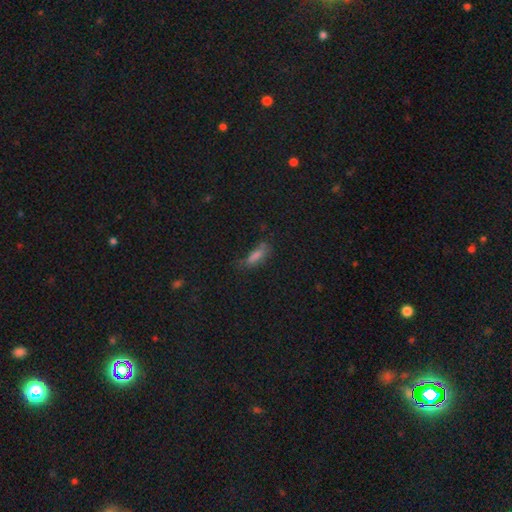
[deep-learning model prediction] A smooth galaxy with no disk features (66%) that is in between round and cigar-shaped (55%). Merging: none (52%).